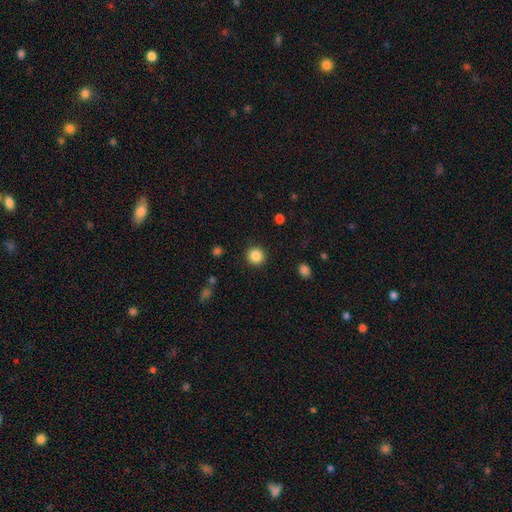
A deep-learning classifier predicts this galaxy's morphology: Smooth or featured? smooth (86%)
How rounded? round (94%)
Merging? none (91%)